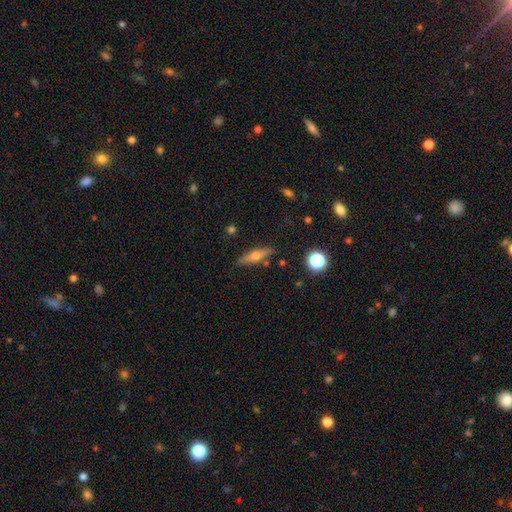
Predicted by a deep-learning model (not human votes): Smooth or featured: featured or disk — 53% (smooth — 38%)
Edge-on disk: yes — 92% (no — 8%)
Merging: none — 84% (minor disturbance — 11%)